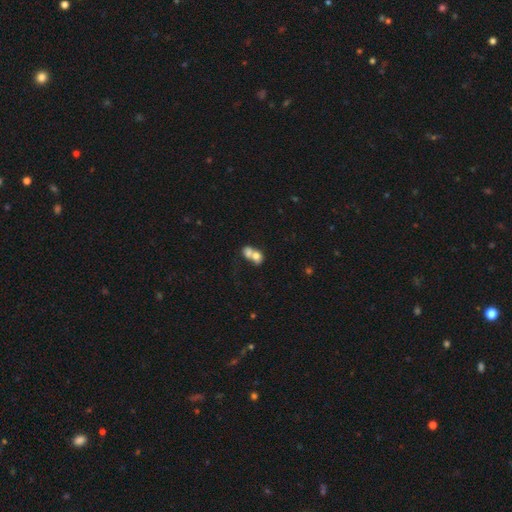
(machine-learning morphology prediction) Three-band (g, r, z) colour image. It shows a smooth galaxy with no disk features (68%) that is in between round and cigar-shaped (51%). Merging: merger (75%).